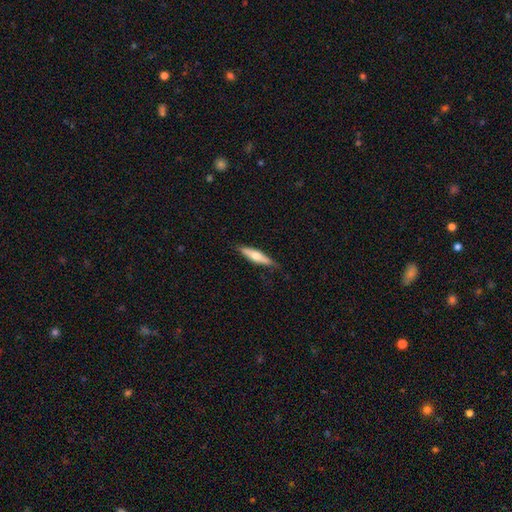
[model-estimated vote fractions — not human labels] Morphology: type=smooth (53%); roundness=cigar-shaped (75%); merging=none (79%).